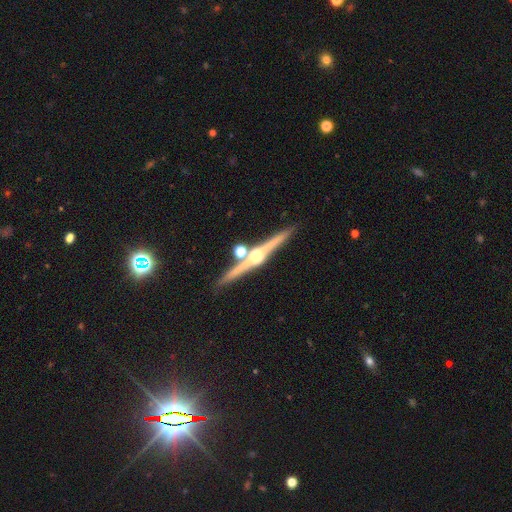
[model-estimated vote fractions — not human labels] A featured or disk galaxy (82%) viewed edge-on (98%) with a rounded central bulge (94%). Merging: none (82%).